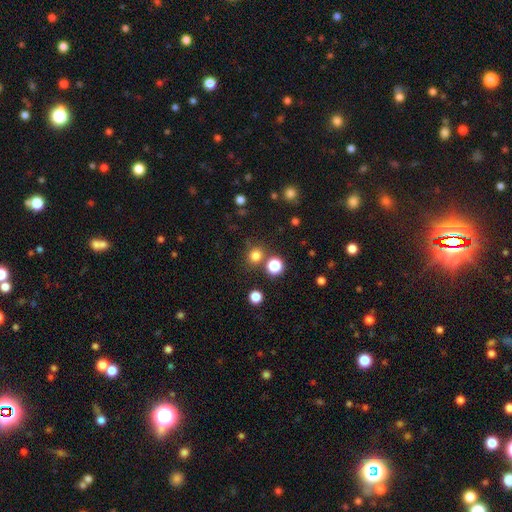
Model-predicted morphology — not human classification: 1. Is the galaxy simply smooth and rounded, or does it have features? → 77% smooth, 18% star or artifact, 5% featured or disk.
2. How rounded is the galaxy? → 85% round, 14% in between, 1% cigar-shaped.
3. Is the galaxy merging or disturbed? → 78% none, 10% merger, 9% minor disturbance, 4% major disturbance.